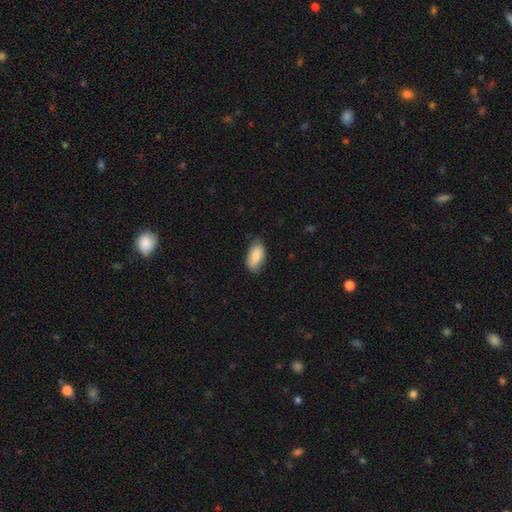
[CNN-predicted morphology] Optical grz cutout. It shows a smooth galaxy with no disk features (82%) that is in between round and cigar-shaped (92%). Merging: none (73%).